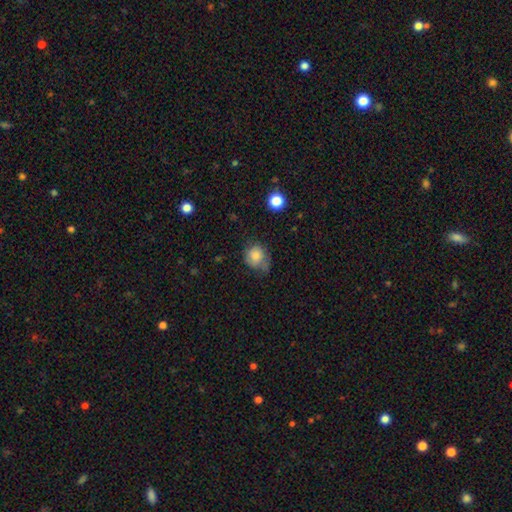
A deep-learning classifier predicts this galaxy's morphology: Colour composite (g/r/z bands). It shows a smooth galaxy with no disk features (80%) that is round (79%). Merging: none (47%).